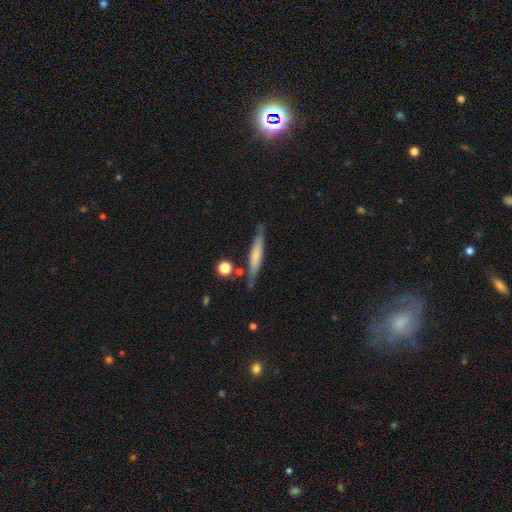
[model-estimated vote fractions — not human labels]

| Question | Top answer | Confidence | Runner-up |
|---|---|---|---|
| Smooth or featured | smooth | 59% | featured or disk (35%) |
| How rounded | cigar-shaped | 91% | in between (8%) |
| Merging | none | 78% | minor disturbance (14%) |